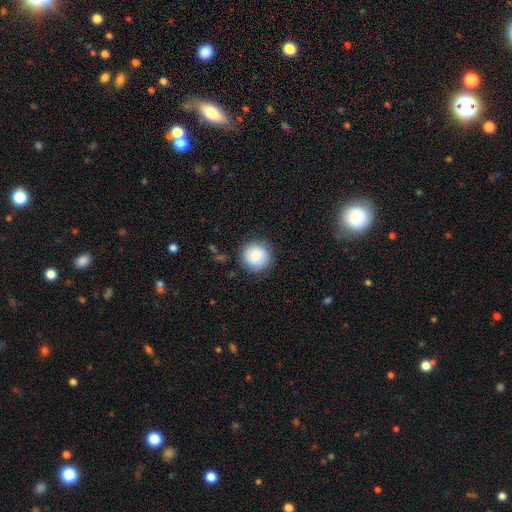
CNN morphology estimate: This appears to be a smooth galaxy with no disk features (82%) that is round (94%). Merging: none (85%).